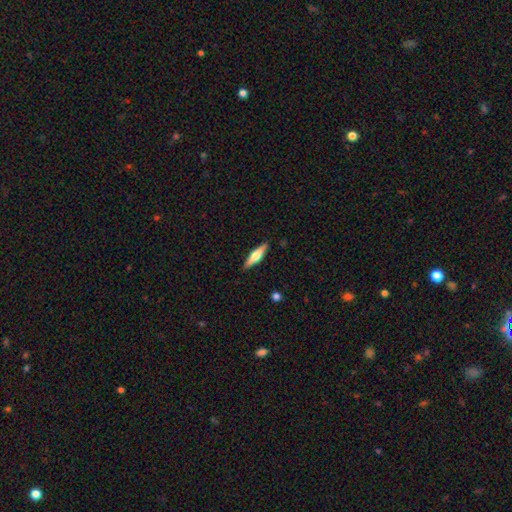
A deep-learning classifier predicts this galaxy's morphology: A featured or disk galaxy (52%) viewed edge-on (96%). Merging: none (90%).